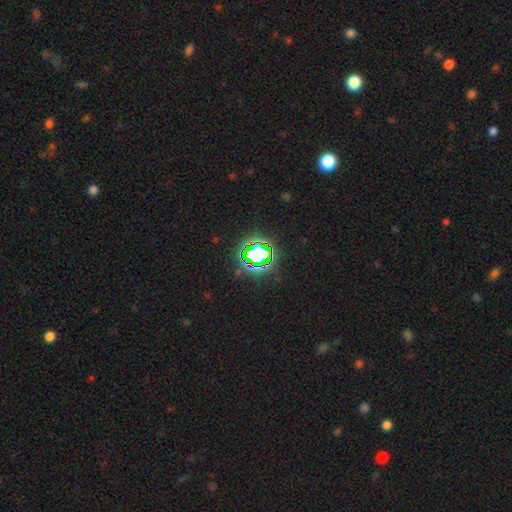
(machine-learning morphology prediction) This is likely a star or artifact rather than a galaxy (69%).